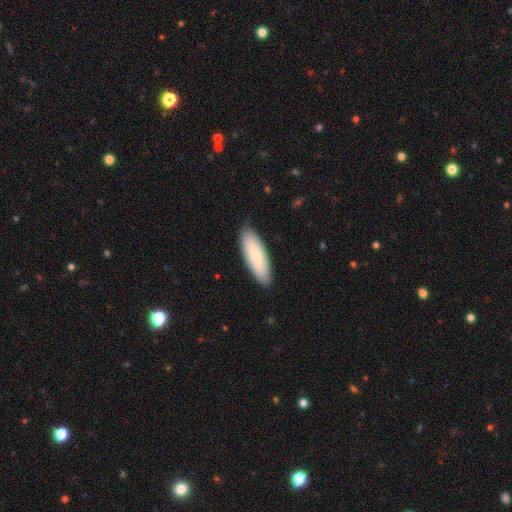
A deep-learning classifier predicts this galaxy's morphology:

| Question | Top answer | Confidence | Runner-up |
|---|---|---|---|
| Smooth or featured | smooth | 82% | featured or disk (13%) |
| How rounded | in between | 51% | cigar-shaped (48%) |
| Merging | none | 88% | minor disturbance (9%) |